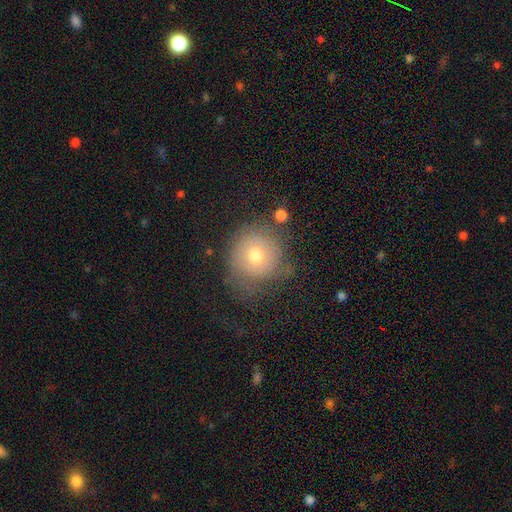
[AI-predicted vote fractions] Smooth or featured? Predicted: smooth (p=0.63). How rounded? Predicted: round (p=0.88). Merging? Predicted: none (p=0.56).